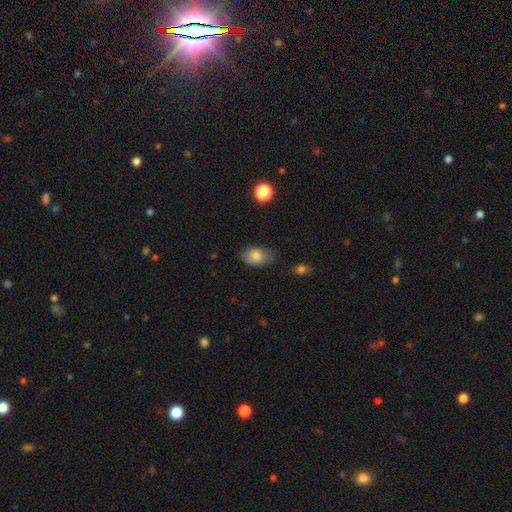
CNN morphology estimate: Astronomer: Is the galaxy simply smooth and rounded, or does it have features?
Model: smooth — 80%.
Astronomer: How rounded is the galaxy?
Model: in between — 87%.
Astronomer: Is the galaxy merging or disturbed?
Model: none — 74%.